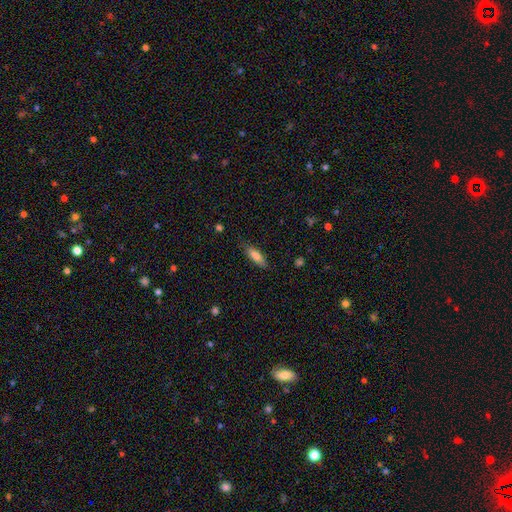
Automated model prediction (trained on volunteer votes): This appears to be a smooth galaxy with no disk features (81%) that is in between round and cigar-shaped (54%). Merging: none (81%).